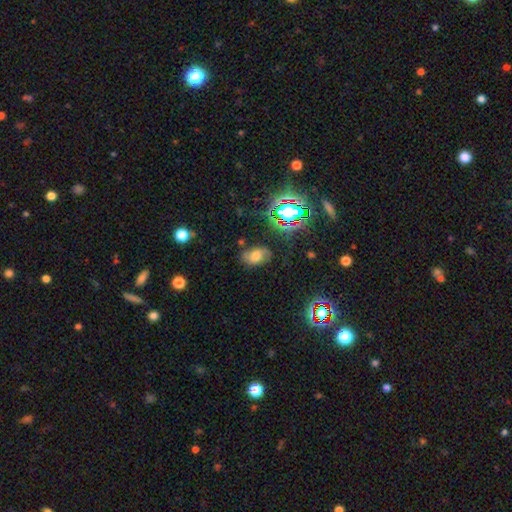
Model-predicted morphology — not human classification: This appears to be a smooth galaxy with no disk features (52%) that is in between round and cigar-shaped (81%). Merging: none (66%).